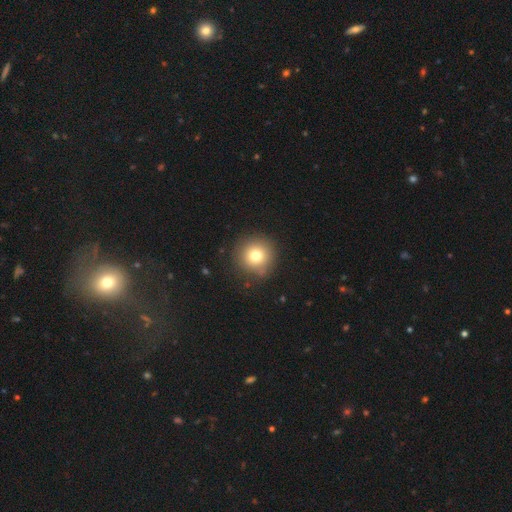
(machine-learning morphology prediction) Overall: smooth (75%). How rounded: round (95%). Merging: none (86%).